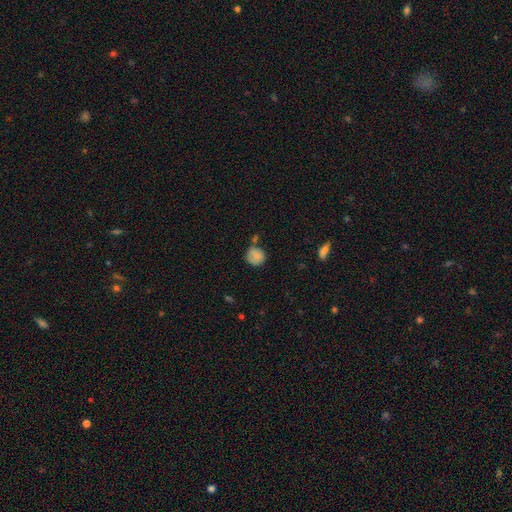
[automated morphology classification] A smooth galaxy with no disk features (80%) that is round (83%). Merging: none (61%).